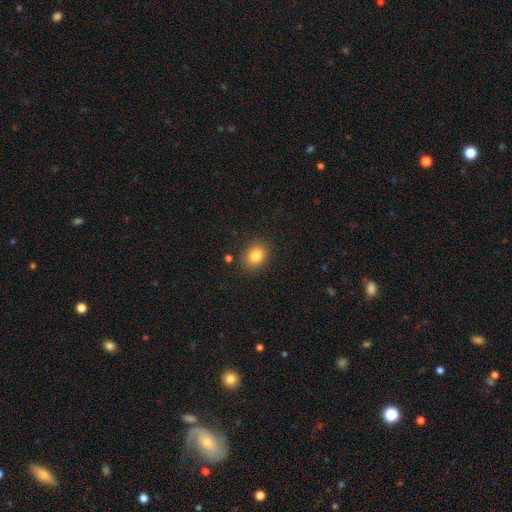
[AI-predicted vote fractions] Morphology: type=smooth (83%); roundness=round (51%); merging=none (85%).